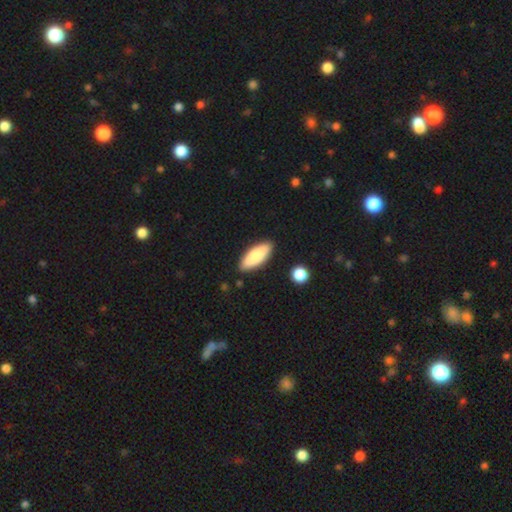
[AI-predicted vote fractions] smooth 82%, featured or disk 12%, star or artifact 5%. Down the decision tree: how rounded — in between (68%); merging — none (87%).